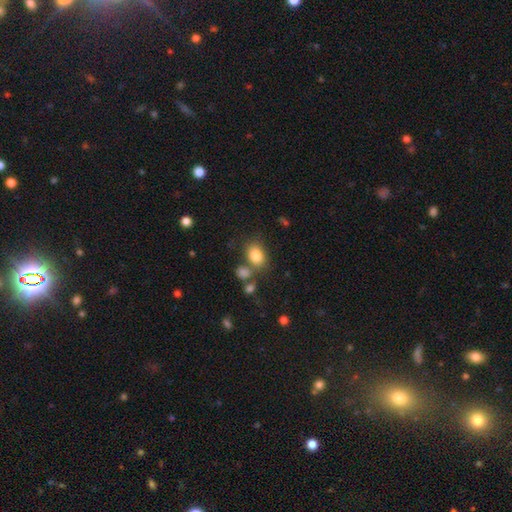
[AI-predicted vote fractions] smooth_or_featured: smooth (p=0.82) [alt: star or artifact p=0.10]
how_rounded: in between (p=0.70) [alt: round p=0.29]
merging: none (p=0.62) [alt: merger p=0.18]